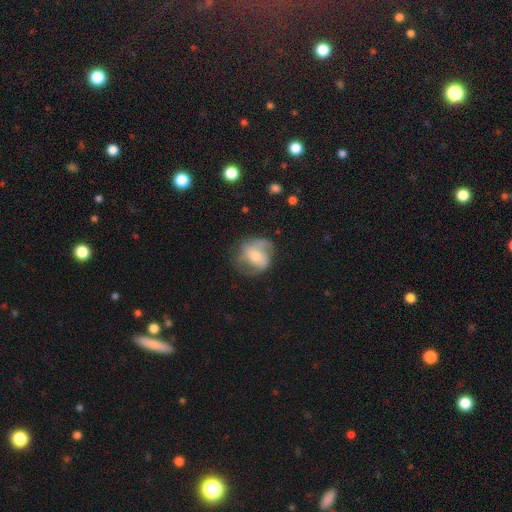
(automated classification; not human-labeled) Q: Smooth or featured?
A: featured or disk (63%); runner-up: smooth (29%)
Q: Edge-on disk?
A: no (97%); runner-up: yes (3%)
Q: Bar?
A: no (51%); runner-up: weak (35%)
Q: Spiral arms?
A: yes (84%); runner-up: no (16%)
Q: Spiral winding?
A: medium (46%); runner-up: loose (30%)
Q: Spiral arm count?
A: 2 (66%); runner-up: can't tell (14%)
Q: Bulge size?
A: moderate (55%); runner-up: small (39%)
Q: Merging?
A: none (61%); runner-up: minor disturbance (23%)